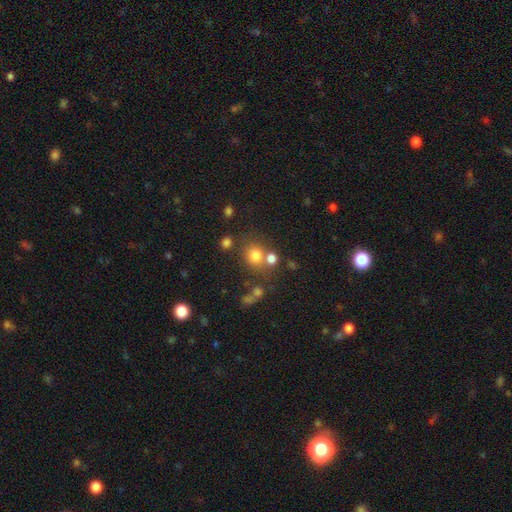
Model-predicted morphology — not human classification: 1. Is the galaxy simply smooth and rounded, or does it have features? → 74% smooth, 16% star or artifact, 10% featured or disk.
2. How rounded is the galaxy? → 76% round, 23% in between, 1% cigar-shaped.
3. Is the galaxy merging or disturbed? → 61% none, 22% merger, 11% minor disturbance, 6% major disturbance.